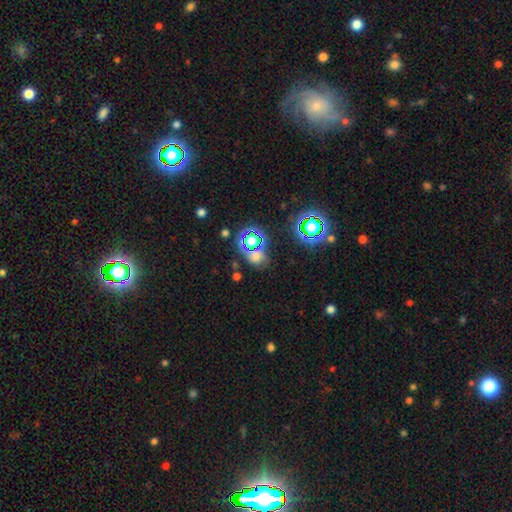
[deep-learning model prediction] Q: Smooth or featured?
A: smooth (45%); runner-up: star or artifact (44%)
Q: Merging?
A: none (63%); runner-up: merger (17%)